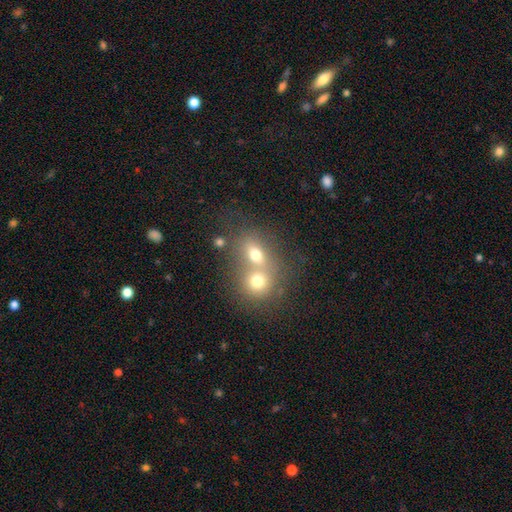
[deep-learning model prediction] This appears to be a smooth galaxy with no disk features (66%) that is round (59%). Merging: merger (67%).